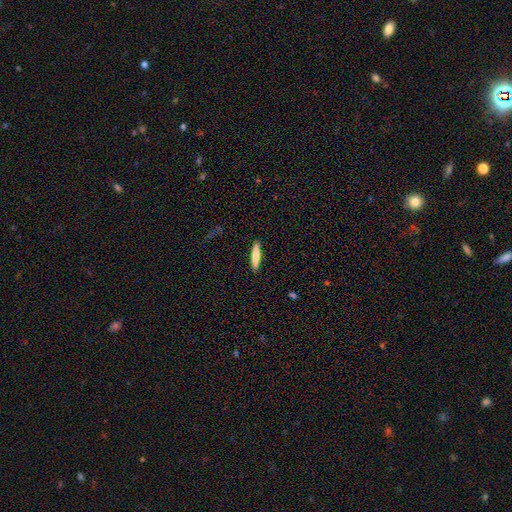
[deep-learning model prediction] A smooth galaxy with no disk features (75%) that is cigar-shaped (90%).

Vote fractions:
- Smooth or featured? smooth: 75% / featured or disk: 19% / star or artifact: 6%
- How rounded? cigar-shaped: 90% / in between: 9% / round: 1%
- Merging? none: 91% / minor disturbance: 7% / major disturbance: 2% / merger: 1%